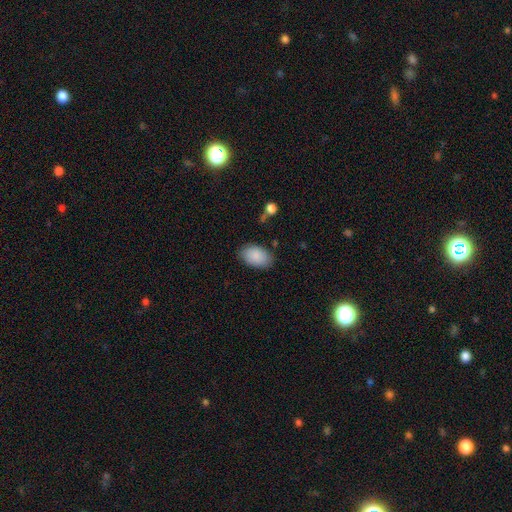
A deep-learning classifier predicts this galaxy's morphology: The model was most divided on "merging": none: 81%, minor disturbance: 14%, major disturbance: 3%, merger: 2%. More confident: how rounded — in between (92%); smooth or featured — smooth (88%).